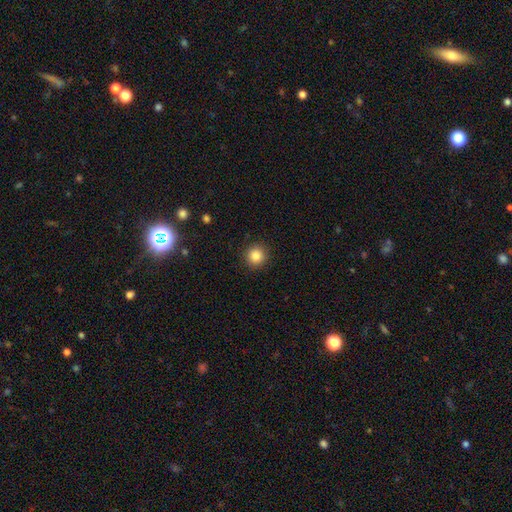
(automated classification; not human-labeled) This is clearly a smooth galaxy (85%). How rounded: clearly round (94%). Merging: clearly none (92%).